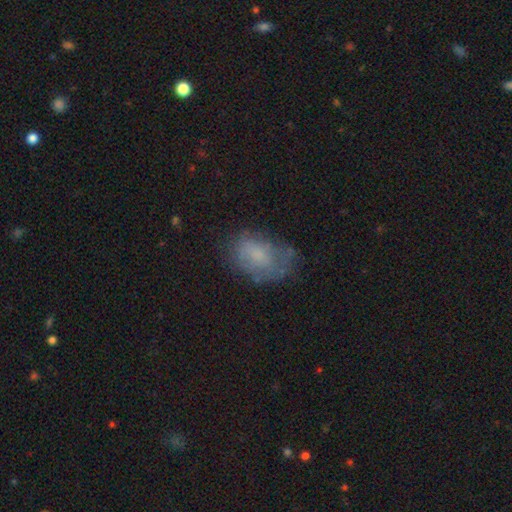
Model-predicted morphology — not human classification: The model was most divided on "merging": none: 54%, minor disturbance: 28%, major disturbance: 16%, merger: 3%. More confident: how rounded — in between (84%); smooth or featured — smooth (60%).